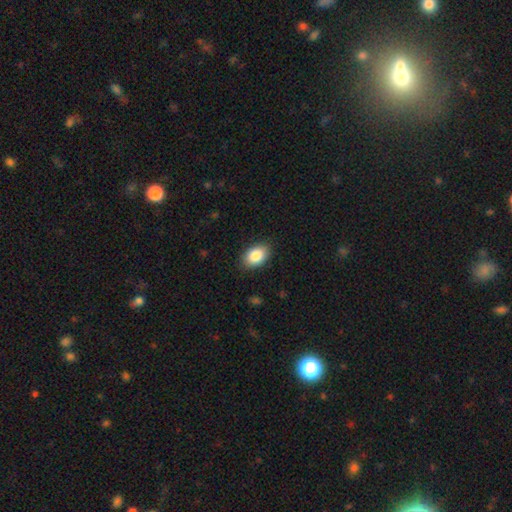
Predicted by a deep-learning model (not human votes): This is clearly a smooth galaxy (87%). How rounded: clearly in between (88%). Merging: clearly none (86%).